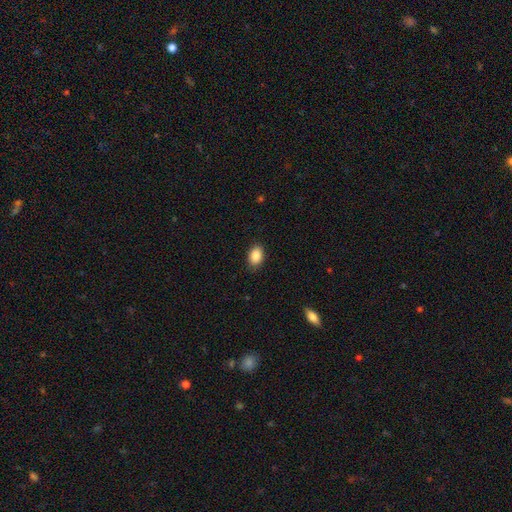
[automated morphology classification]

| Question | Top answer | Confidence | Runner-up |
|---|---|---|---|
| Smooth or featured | smooth | 87% | star or artifact (8%) |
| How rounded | in between | 84% | round (14%) |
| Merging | none | 87% | minor disturbance (10%) |